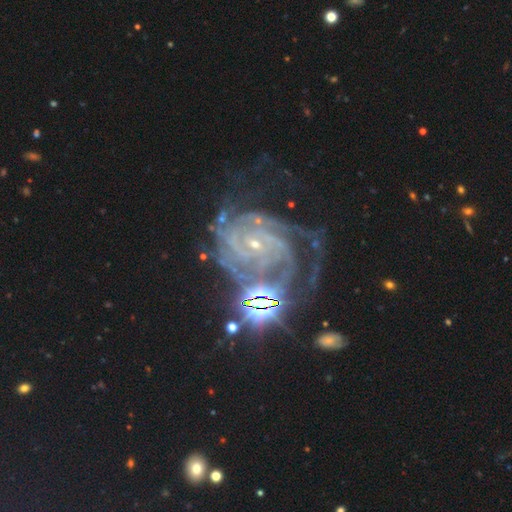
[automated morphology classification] featured or disk 77%, star or artifact 16%, smooth 7%. Down the decision tree: edge-on disk — no (97%); bar — no (71%); spiral arms — yes (95%); spiral arm count — can't tell (26%); spiral winding — tight (68%); bulge size — small (84%); merging — none (50%).